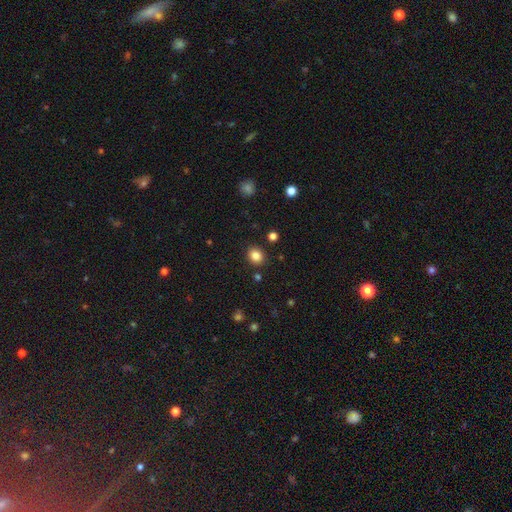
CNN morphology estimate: Smooth or featured? Predicted: smooth (p=0.84). How rounded? Predicted: round (p=0.65). Merging? Predicted: none (p=0.88).